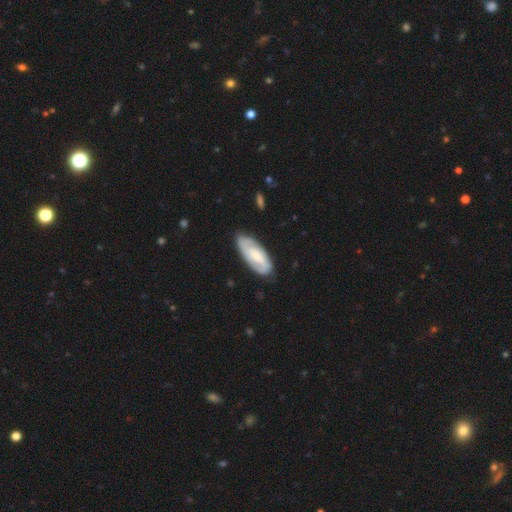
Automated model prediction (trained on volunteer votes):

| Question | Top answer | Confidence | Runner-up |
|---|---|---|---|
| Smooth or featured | featured or disk | 53% | smooth (42%) |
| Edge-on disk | no | 89% | yes (11%) |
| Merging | none | 77% | minor disturbance (17%) |